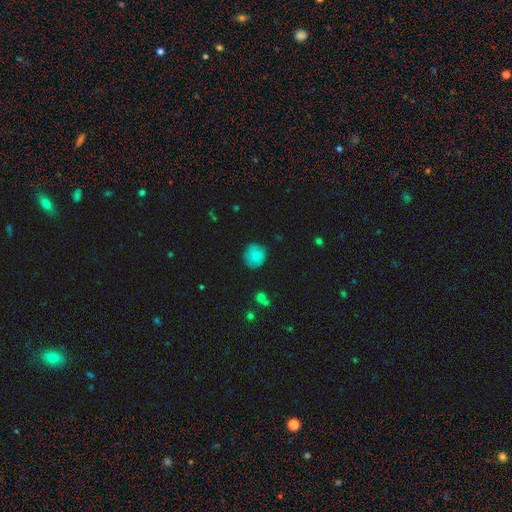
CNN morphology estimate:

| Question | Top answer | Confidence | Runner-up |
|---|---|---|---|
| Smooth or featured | smooth | 78% | featured or disk (14%) |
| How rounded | round | 85% | in between (14%) |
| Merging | none | 78% | minor disturbance (17%) |